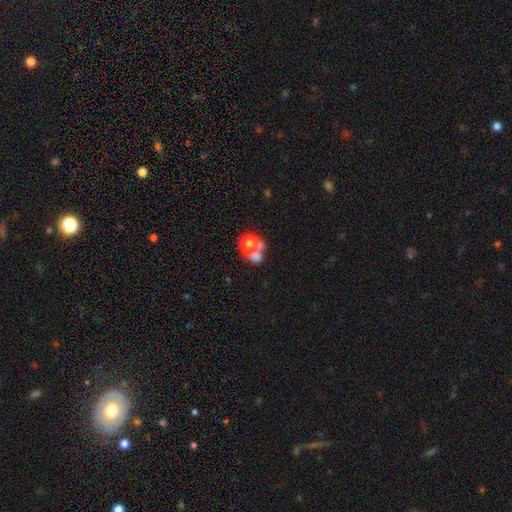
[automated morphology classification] The model was most divided on "merging": merger: 55%, none: 29%, major disturbance: 8%, minor disturbance: 7%. More confident: how rounded — round (68%); smooth or featured — smooth (63%).